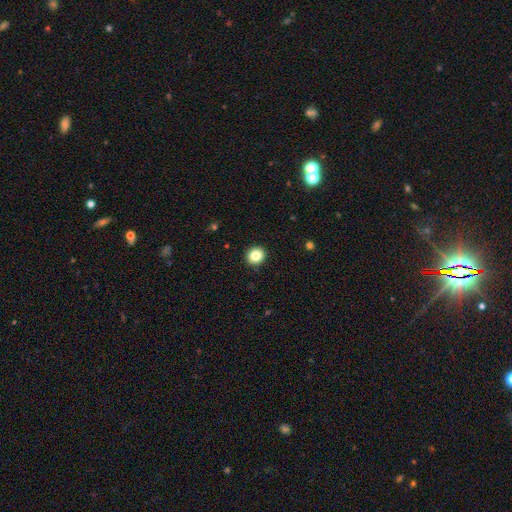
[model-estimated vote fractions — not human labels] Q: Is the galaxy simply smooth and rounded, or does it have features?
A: smooth — 84%.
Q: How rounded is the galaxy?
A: round — 87%.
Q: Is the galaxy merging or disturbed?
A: none — 93%.